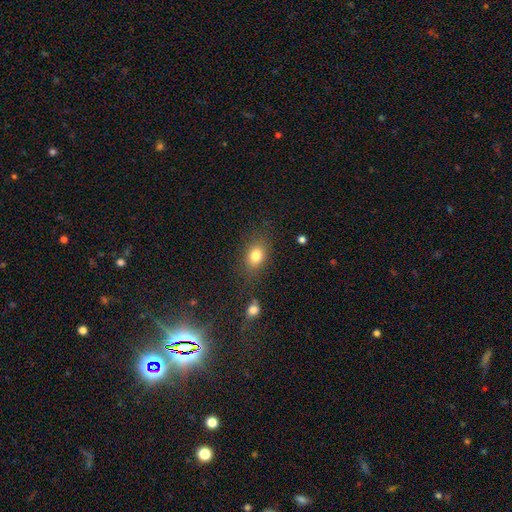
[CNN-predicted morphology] smooth_or_featured: smooth (p=0.80) [alt: star or artifact p=0.11]
how_rounded: in between (p=0.64) [alt: round p=0.34]
merging: none (p=0.75) [alt: minor disturbance p=0.14]